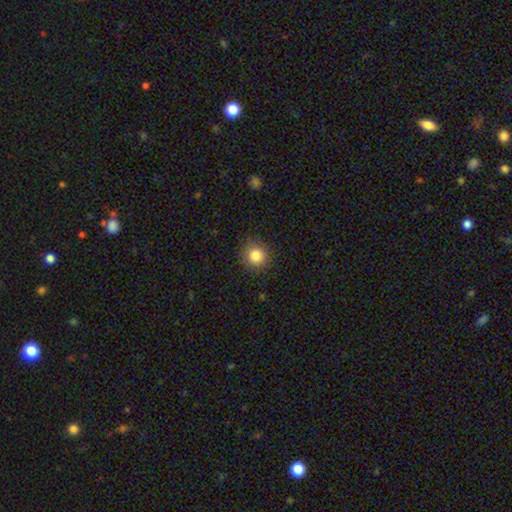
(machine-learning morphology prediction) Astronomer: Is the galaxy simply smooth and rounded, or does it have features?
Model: smooth — 84%.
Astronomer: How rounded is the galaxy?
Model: round — 92%.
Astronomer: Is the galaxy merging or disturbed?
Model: none — 89%.